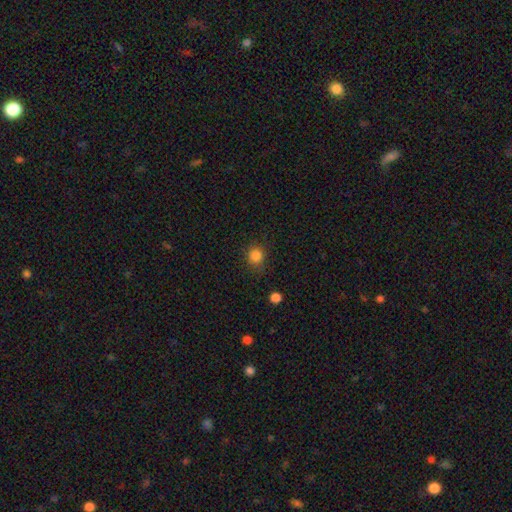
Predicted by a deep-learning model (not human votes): smooth 85%, star or artifact 12%, featured or disk 4%. Down the decision tree: how rounded — round (87%); merging — none (83%).